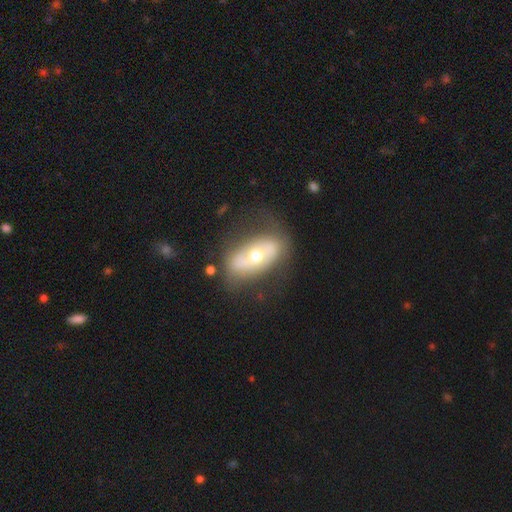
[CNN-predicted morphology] smooth-or-featured: featured or disk: 57% | smooth: 36% | star or artifact: 7%
  disk-edge-on: no: 88% | yes: 12%
    bar: no: 65% | weak: 19% | strong: 16%
    has-spiral-arms: no: 61% | yes: 39%
    bulge-size: moderate: 66% | small: 25% | large: 7% | dominant: 1% | none: 1%
  merging: none: 63% | minor disturbance: 21% | major disturbance: 12% | merger: 3%